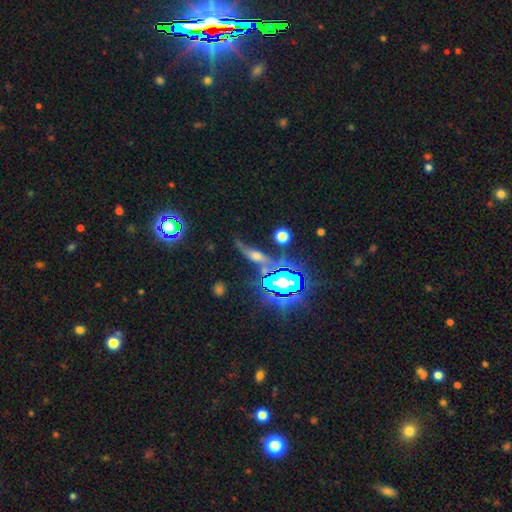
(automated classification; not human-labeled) Overall: featured or disk (51%; star or artifact 26%). Edge-on disk: yes (55%; no 45%). Merging: none (54%; minor disturbance 21%).